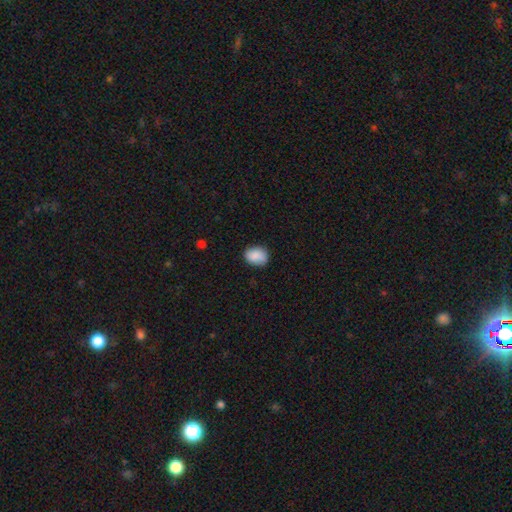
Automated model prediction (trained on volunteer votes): smooth 88%, star or artifact 7%, featured or disk 5%. Down the decision tree: how rounded — in between (63%); merging — none (84%).